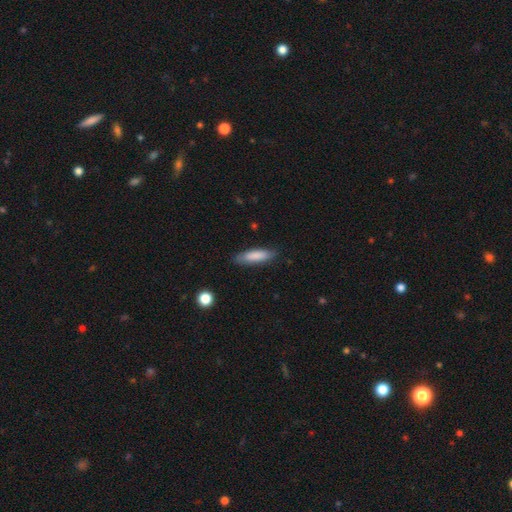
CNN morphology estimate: This is clearly a smooth galaxy (84%). How rounded: likely cigar-shaped (61%). Merging: clearly none (84%).